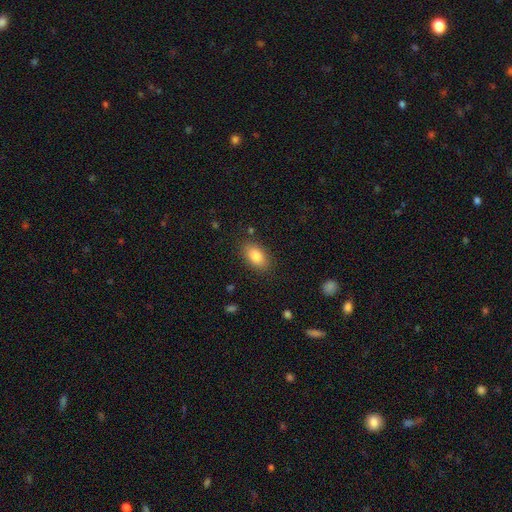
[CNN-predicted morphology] Overall: smooth (83%). How rounded: in between (90%). Merging: none (85%).